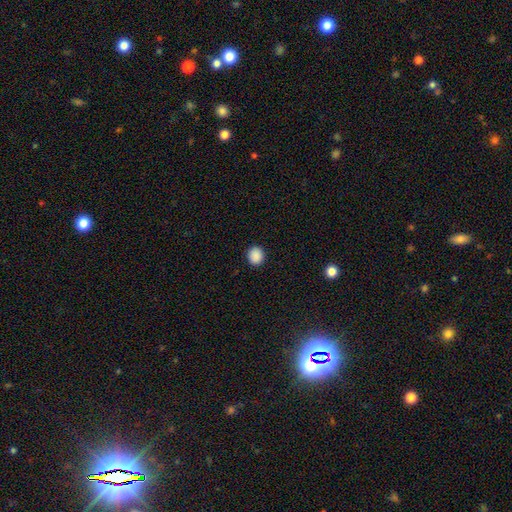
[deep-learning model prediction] Overall: smooth (89%). How rounded: round (81%). Merging: none (92%).